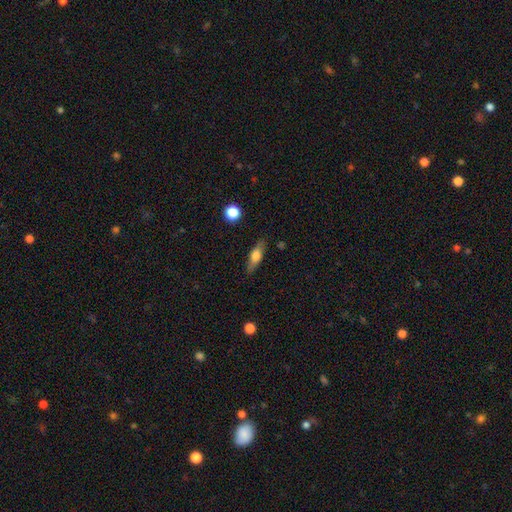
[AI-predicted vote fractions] smooth_or_featured: smooth (p=0.55) [alt: featured or disk p=0.38]
how_rounded: cigar-shaped (p=0.50) [alt: in between p=0.45]
merging: none (p=0.84) [alt: minor disturbance p=0.11]